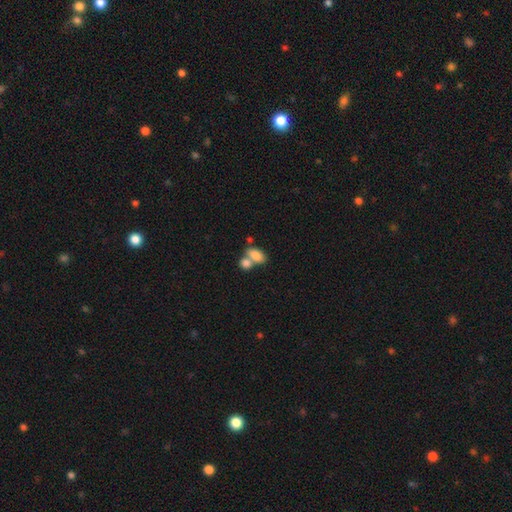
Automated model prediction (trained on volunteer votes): Q: Smooth or featured?
A: smooth (81%); runner-up: featured or disk (11%)
Q: How rounded?
A: in between (89%); runner-up: round (7%)
Q: Merging?
A: merger (54%); runner-up: none (33%)